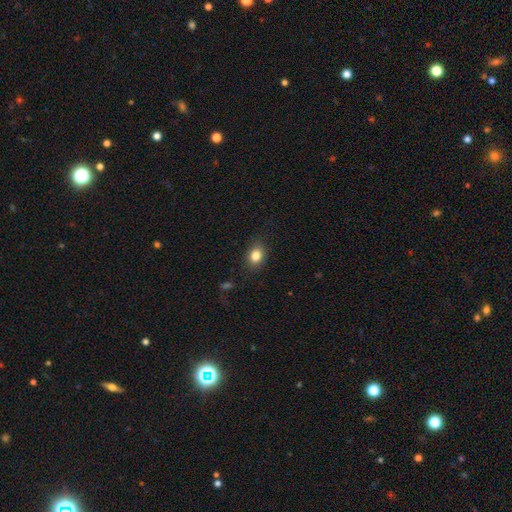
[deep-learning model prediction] smooth 82%, star or artifact 10%, featured or disk 8%. Down the decision tree: how rounded — in between (61%); merging — none (84%).